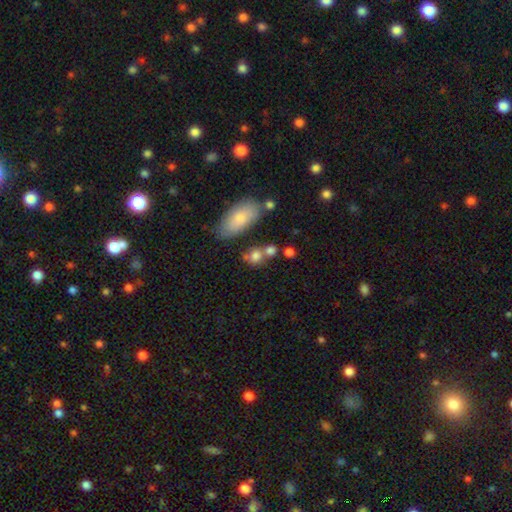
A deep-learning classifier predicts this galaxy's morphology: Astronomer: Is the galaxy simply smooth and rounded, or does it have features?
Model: smooth — 77%.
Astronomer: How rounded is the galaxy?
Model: round — 58% (runner-up: in between, 38%).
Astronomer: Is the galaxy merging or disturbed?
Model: none — 46% (runner-up: merger, 34%).